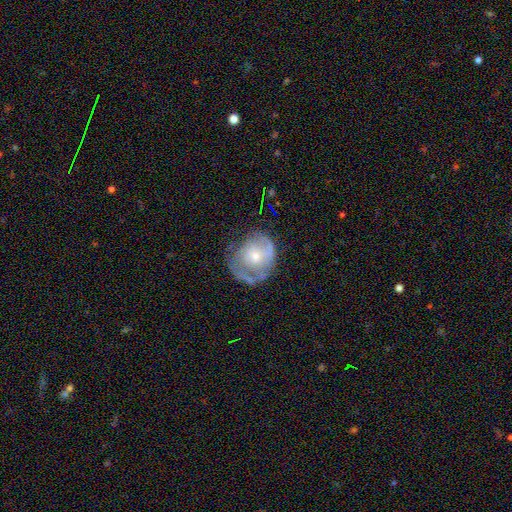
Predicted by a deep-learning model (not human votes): smooth-or-featured: featured or disk: 64% | smooth: 28% | star or artifact: 7%
  disk-edge-on: no: 97% | yes: 3%
    bar: no: 77% | weak: 19% | strong: 4%
    has-spiral-arms: yes: 66% | no: 34%
    bulge-size: small: 54% | moderate: 39% | large: 3% | none: 2% | dominant: 1%
  merging: none: 48% | minor disturbance: 27% | major disturbance: 22% | merger: 4%